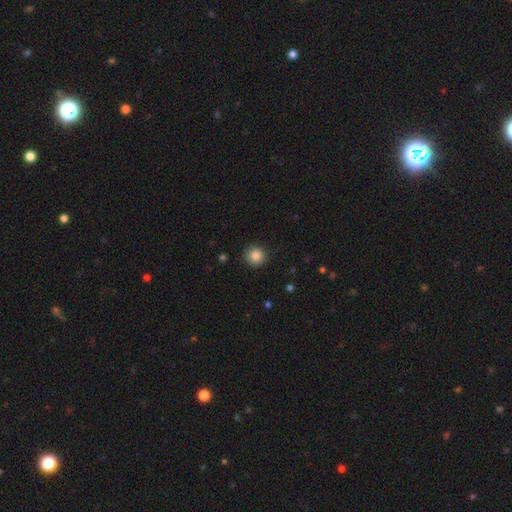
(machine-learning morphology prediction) Smooth or featured? smooth (85%)
How rounded? round (94%)
Merging? none (90%)